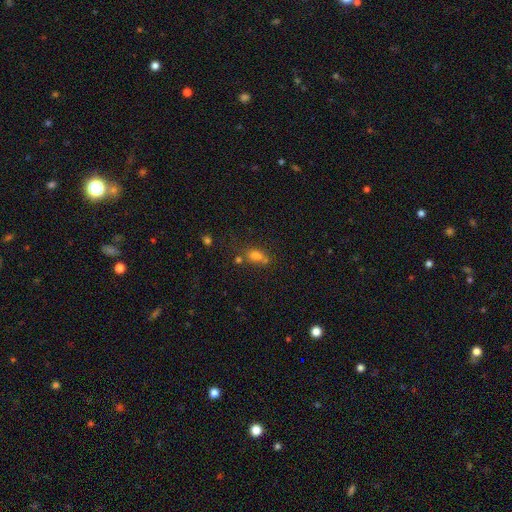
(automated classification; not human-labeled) smooth_or_featured: smooth (p=0.68) [alt: star or artifact p=0.19]
how_rounded: in between (p=0.53) [alt: round p=0.43]
merging: none (p=0.48) [alt: merger p=0.29]